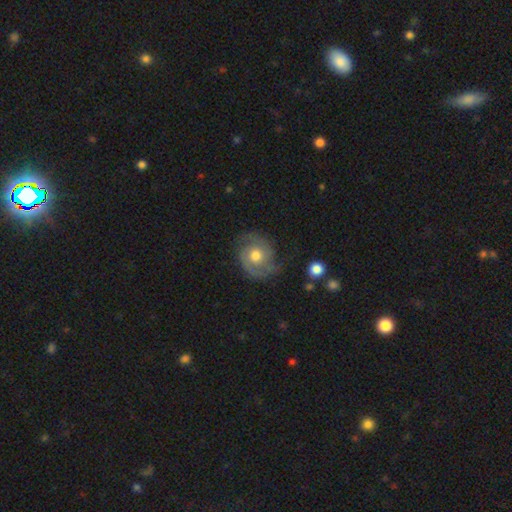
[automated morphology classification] A featured or disk galaxy (74%) with no bar (77%), 2 (77%) tight (42%, tied with medium) spiral arms (92%) and a moderate central bulge (74%). Merging: none (68%).